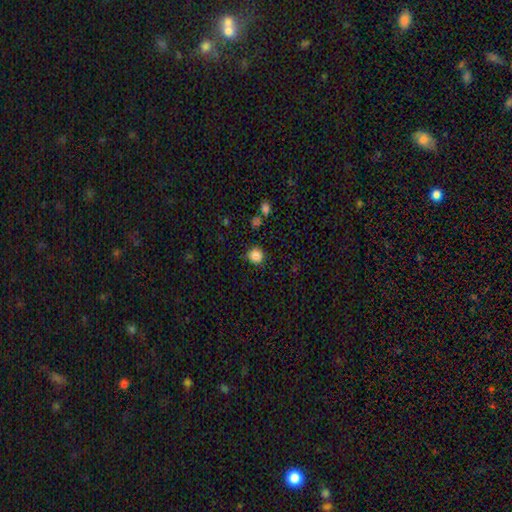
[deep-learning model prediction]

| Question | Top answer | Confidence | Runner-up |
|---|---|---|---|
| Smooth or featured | smooth | 84% | star or artifact (12%) |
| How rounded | round | 93% | in between (6%) |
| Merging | none | 82% | minor disturbance (13%) |